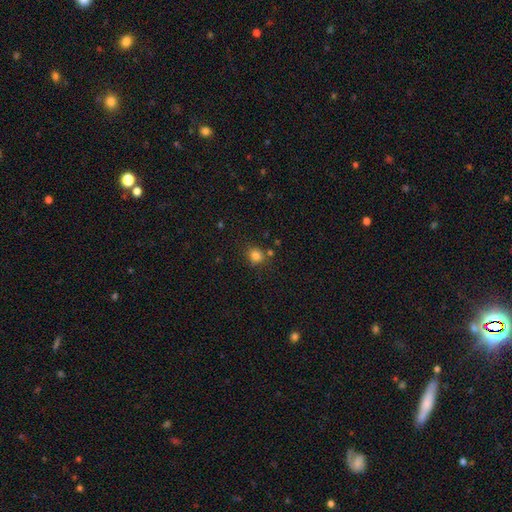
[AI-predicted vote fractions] smooth-or-featured: smooth: 81% | star or artifact: 13% | featured or disk: 6%
  how-rounded: round: 71% | in between: 28% | cigar-shaped: 1%
  merging: none: 74% | minor disturbance: 13% | merger: 9% | major disturbance: 4%